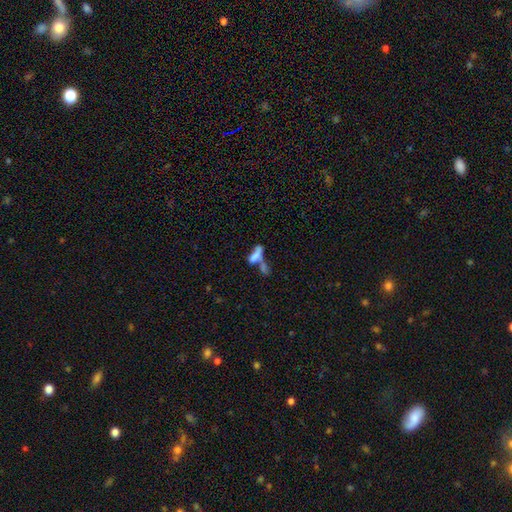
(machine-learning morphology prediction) Q: Smooth or featured?
A: smooth (67%); runner-up: featured or disk (21%)
Q: How rounded?
A: in between (58%); runner-up: cigar-shaped (37%)
Q: Merging?
A: merger (60%); runner-up: none (21%)